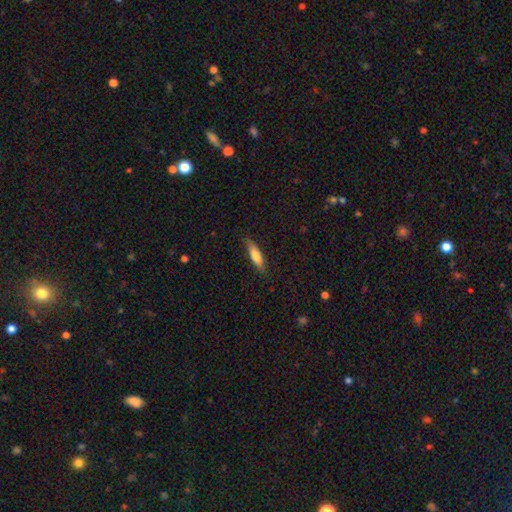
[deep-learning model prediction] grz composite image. It shows a smooth galaxy with no disk features (73%) that is cigar-shaped (71%). Merging: none (82%).